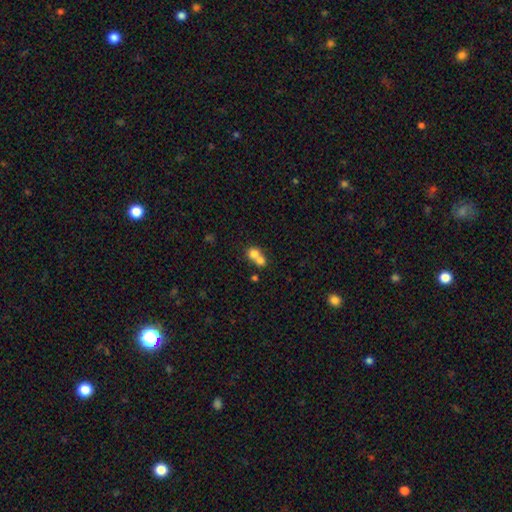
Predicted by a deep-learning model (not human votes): Smooth or featured? Predicted: smooth (p=0.74). How rounded? Predicted: round (p=0.76). Merging? Predicted: merger (p=0.67).